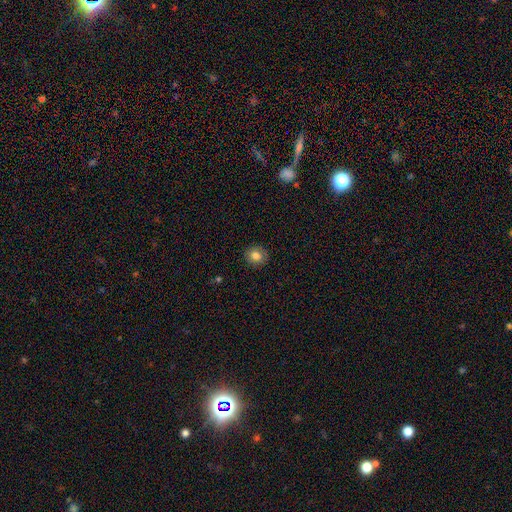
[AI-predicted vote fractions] This appears to be a smooth galaxy with no disk features (82%) that is round (74%). Merging: none (88%).